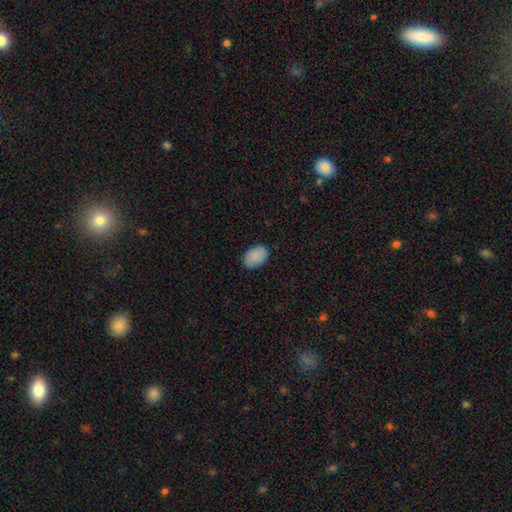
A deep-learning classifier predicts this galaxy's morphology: Q: Smooth or featured?
A: smooth (87%); runner-up: star or artifact (7%)
Q: How rounded?
A: in between (86%); runner-up: round (13%)
Q: Merging?
A: none (86%); runner-up: minor disturbance (11%)